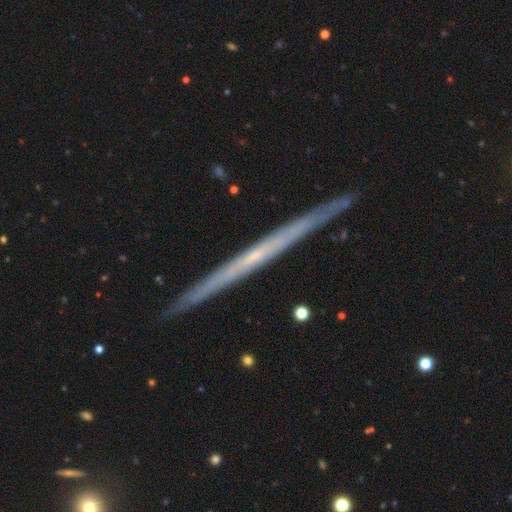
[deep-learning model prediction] Morphology: type=featured or disk (72%); edge-on=yes (97%); edge-on bulge=none (86%); merging=none (91%).